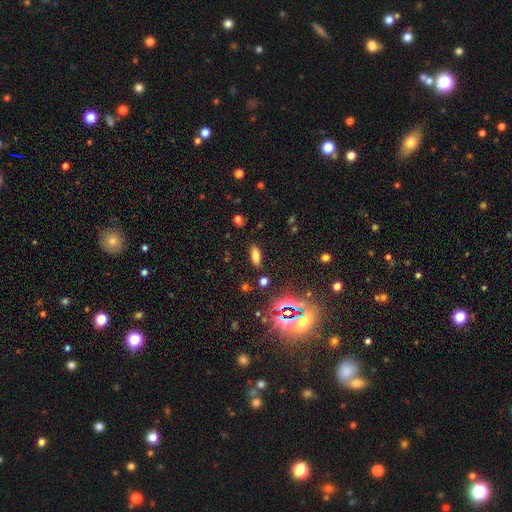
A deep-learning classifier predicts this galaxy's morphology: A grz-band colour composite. It shows a smooth galaxy with no disk features (74%) that is in between round and cigar-shaped (78%). Merging: none (85%).